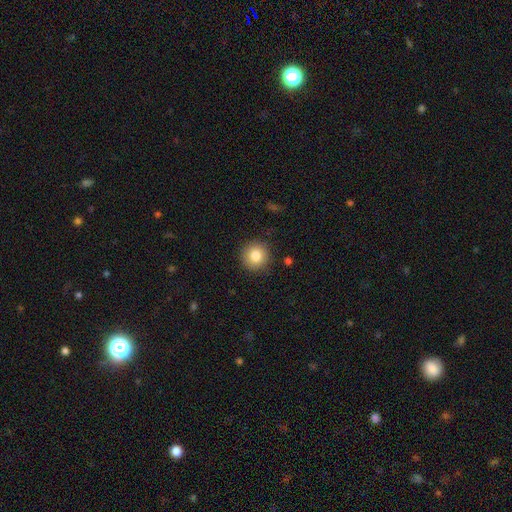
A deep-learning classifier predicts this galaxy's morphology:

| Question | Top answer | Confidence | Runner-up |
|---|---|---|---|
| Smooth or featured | smooth | 84% | star or artifact (9%) |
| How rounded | round | 94% | in between (5%) |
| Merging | none | 90% | minor disturbance (7%) |